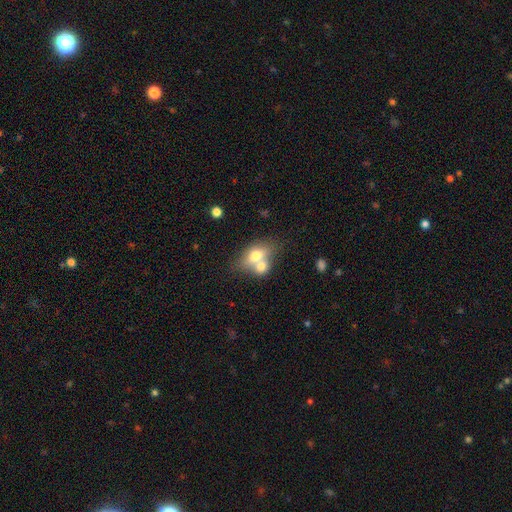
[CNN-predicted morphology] The model was most divided on "merging": merger: 61%, none: 26%, minor disturbance: 8%, major disturbance: 4%. More confident: how rounded — in between (73%); smooth or featured — smooth (67%).